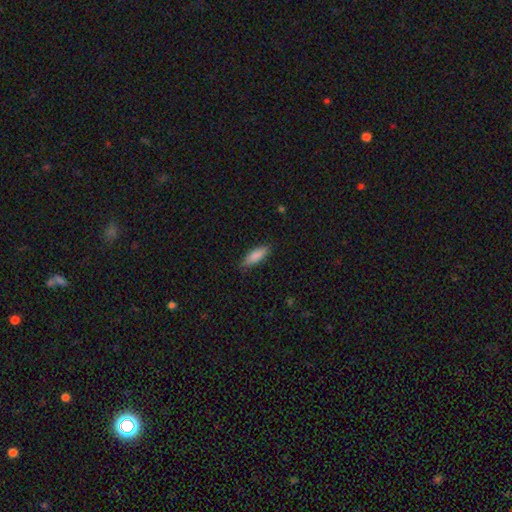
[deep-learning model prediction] Morphology: type=smooth (86%); roundness=in between (56%); merging=none (84%).